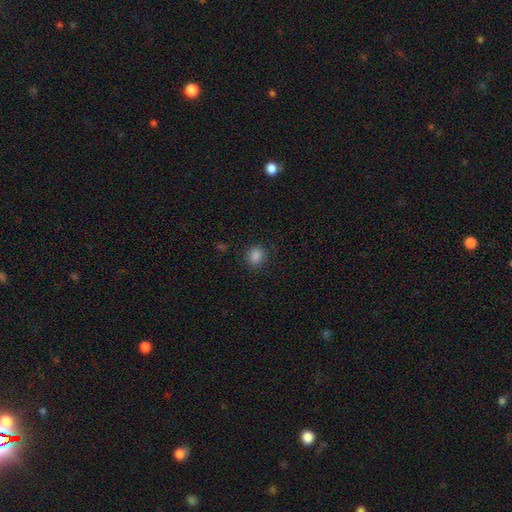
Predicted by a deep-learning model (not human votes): smooth-or-featured: smooth: 85% | star or artifact: 12% | featured or disk: 3%
  how-rounded: round: 61% | in between: 38% | cigar-shaped: 1%
  merging: none: 85% | minor disturbance: 10% | major disturbance: 3% | merger: 1%